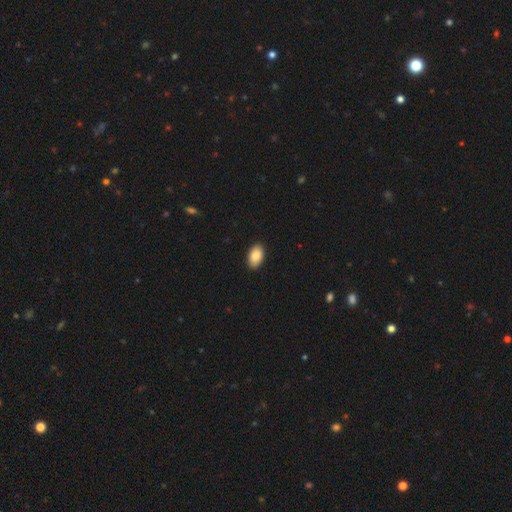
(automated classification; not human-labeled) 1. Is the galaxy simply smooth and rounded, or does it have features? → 87% smooth, 7% star or artifact, 6% featured or disk.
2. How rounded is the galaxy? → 93% in between, 5% round, 1% cigar-shaped.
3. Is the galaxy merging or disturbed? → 91% none, 7% minor disturbance, 2% major disturbance, 1% merger.